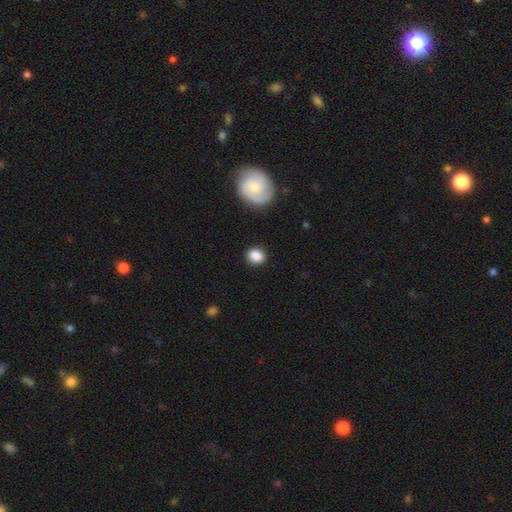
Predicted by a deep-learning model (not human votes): Smooth or featured?
  - smooth: 87% *
  - star or artifact: 8%
  - featured or disk: 5%
How rounded?
  - round: 68% *
  - in between: 30%
  - cigar-shaped: 1%
Merging?
  - none: 86% *
  - minor disturbance: 9%
  - major disturbance: 3%
  - merger: 2%